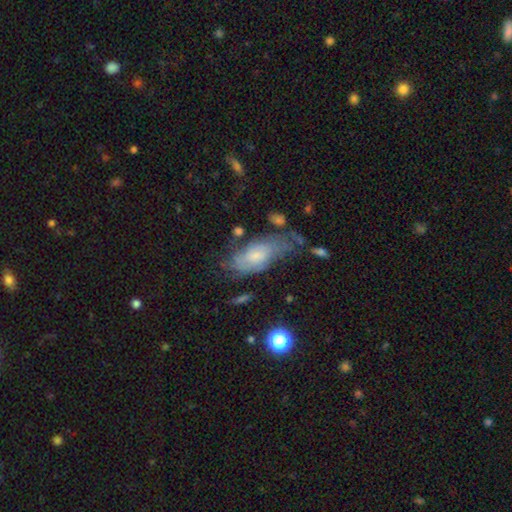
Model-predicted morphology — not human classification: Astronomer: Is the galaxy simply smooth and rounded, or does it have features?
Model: featured or disk — 51% (runner-up: smooth, 40%).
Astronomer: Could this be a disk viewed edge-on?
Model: no — 89%.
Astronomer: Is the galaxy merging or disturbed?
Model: none — 42% (runner-up: minor disturbance, 29%).